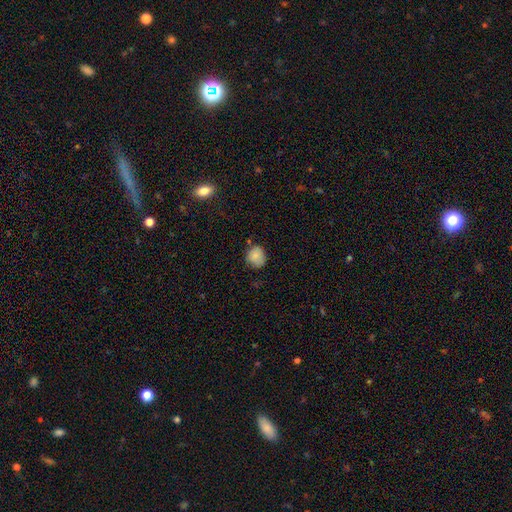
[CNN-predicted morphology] A smooth galaxy with no disk features (84%) that is round (75%). Merging: none (68%).